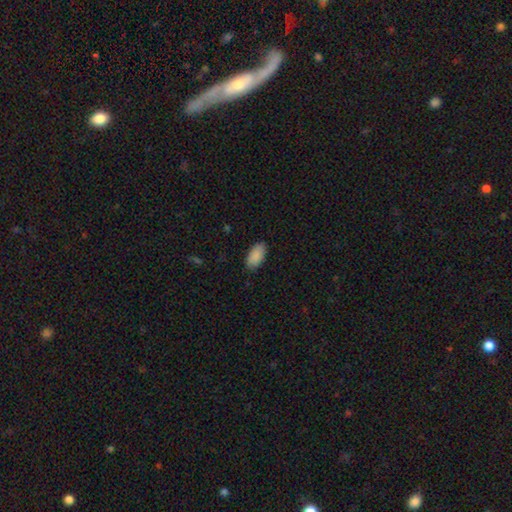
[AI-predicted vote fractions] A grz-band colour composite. It shows a smooth galaxy with no disk features (90%) that is in between round and cigar-shaped (94%). Merging: none (86%).